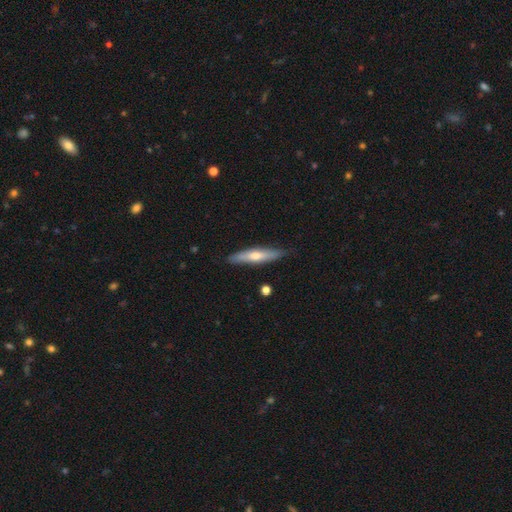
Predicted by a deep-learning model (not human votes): A featured or disk galaxy (49%). Merging: none (85%).